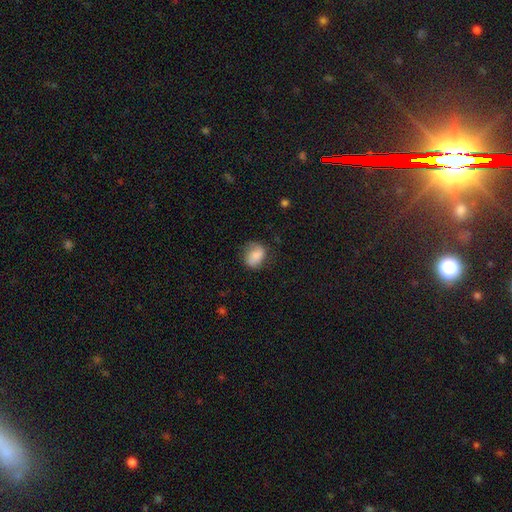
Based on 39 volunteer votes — A smooth galaxy with no disk features (82%) that is in between round and cigar-shaped (78%). Merging: none (73%).